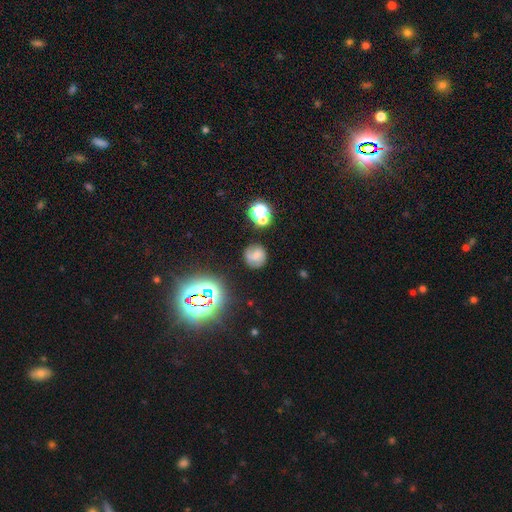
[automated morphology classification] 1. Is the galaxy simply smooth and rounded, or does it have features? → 47% smooth, 35% featured or disk, 18% star or artifact.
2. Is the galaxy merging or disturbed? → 71% none, 16% minor disturbance, 7% major disturbance, 5% merger.